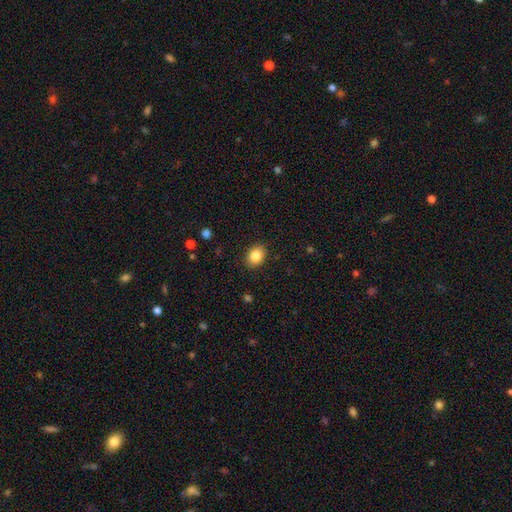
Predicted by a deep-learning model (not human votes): The model was most divided on "how rounded": in between: 65%, round: 34%, cigar-shaped: 1%. More confident: merging — none (89%); smooth or featured — smooth (86%).